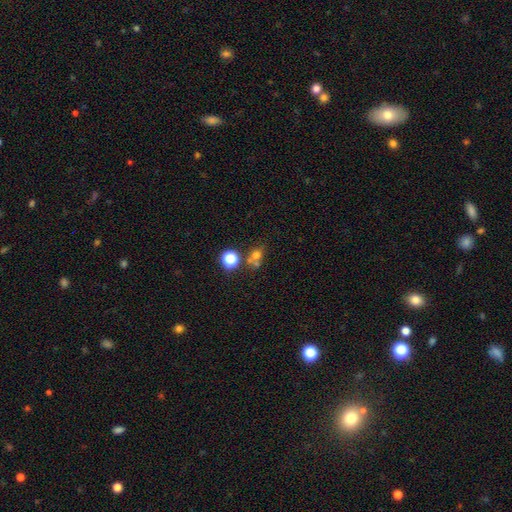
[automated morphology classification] smooth 63%, star or artifact 24%, featured or disk 13%. Down the decision tree: how rounded — round (73%); merging — none (49%).